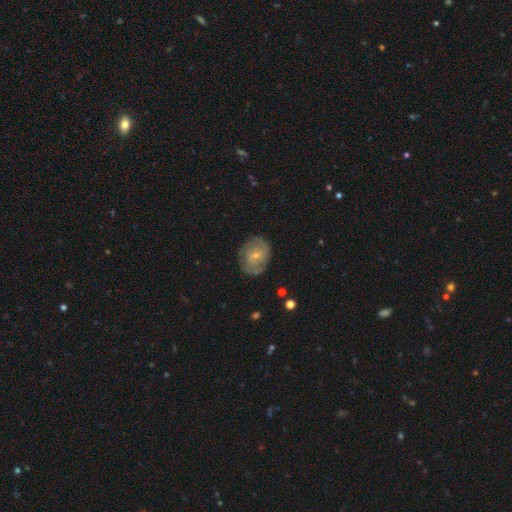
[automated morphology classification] smooth-or-featured: featured or disk: 69% | smooth: 24% | star or artifact: 7%
  disk-edge-on: no: 97% | yes: 3%
    bar: no: 53% | weak: 40% | strong: 7%
    has-spiral-arms: yes: 86% | no: 14%
      spiral-winding: tight: 47% | medium: 39% | loose: 14%
      spiral-arm-count: 2: 49% | can't tell: 29% | 3: 11% | 4: 4% | 1: 4% | more than 4: 3%
    bulge-size: small: 67% | moderate: 28% | none: 2% | large: 1% | dominant: 1%
  merging: none: 75% | minor disturbance: 18% | major disturbance: 6% | merger: 1%